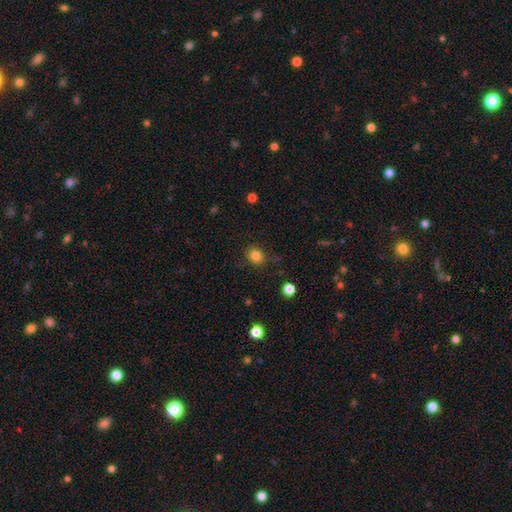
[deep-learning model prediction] Smooth or featured? smooth (83%)
How rounded? round (74%)
Merging? none (83%)